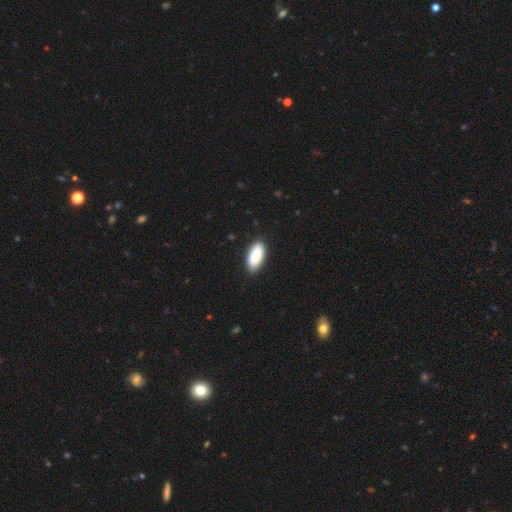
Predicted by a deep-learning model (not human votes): Overall: smooth (86%). How rounded: in between (91%). Merging: none (87%).